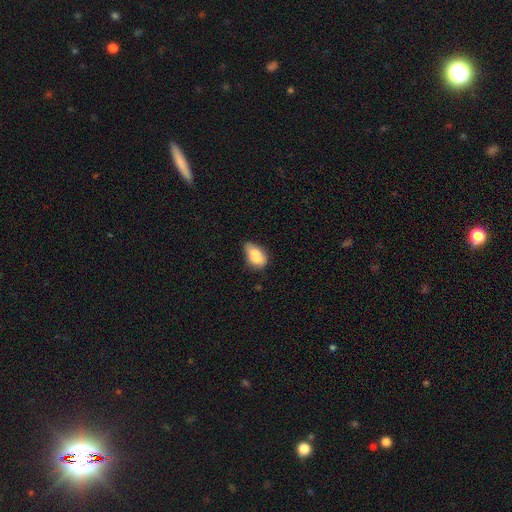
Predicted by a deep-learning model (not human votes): This is likely a smooth galaxy (70%). How rounded: clearly in between (85%). Merging: marginally merger (41%).